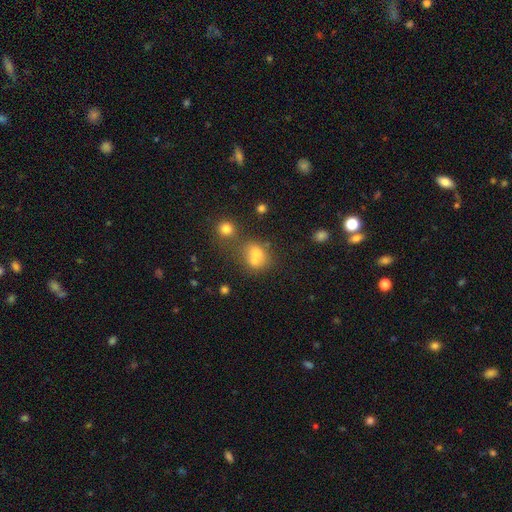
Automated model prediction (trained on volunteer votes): The model was most divided on "how rounded": round: 56%, in between: 42%, cigar-shaped: 1%. More confident: smooth or featured — smooth (69%); merging — merger (51%).